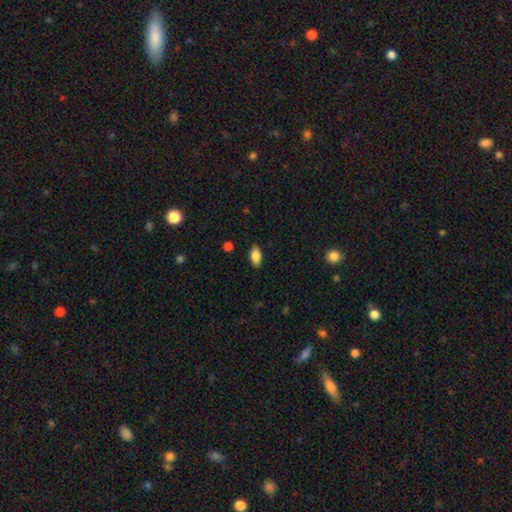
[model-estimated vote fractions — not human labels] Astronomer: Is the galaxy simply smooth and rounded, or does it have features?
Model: smooth — 85%.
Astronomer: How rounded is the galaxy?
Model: in between — 91%.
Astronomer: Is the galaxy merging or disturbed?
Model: none — 87%.